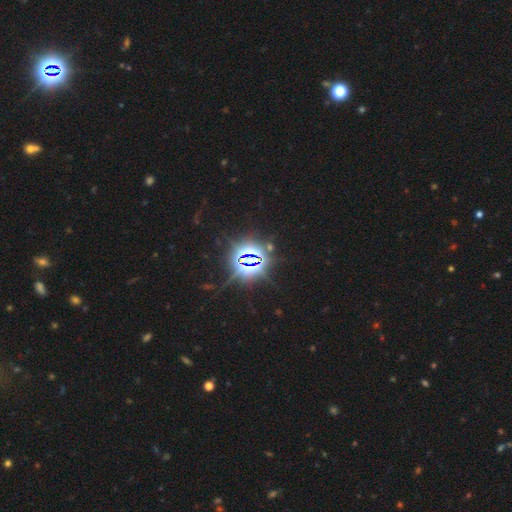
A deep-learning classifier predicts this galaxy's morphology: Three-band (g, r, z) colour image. It shows a star or artifact, not a galaxy (83%).